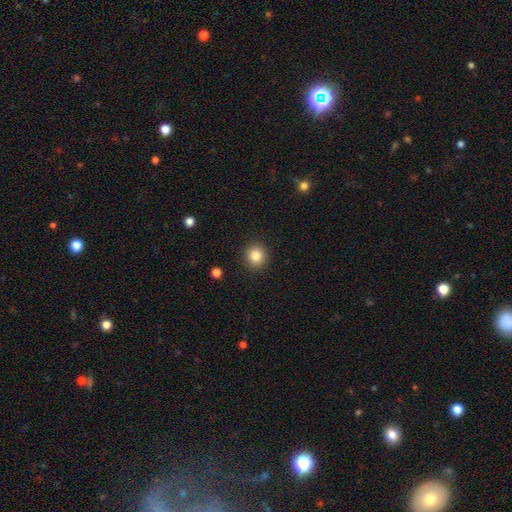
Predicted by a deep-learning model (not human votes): Smooth or featured? Predicted: smooth (p=0.84). How rounded? Predicted: round (p=0.90). Merging? Predicted: none (p=0.91).